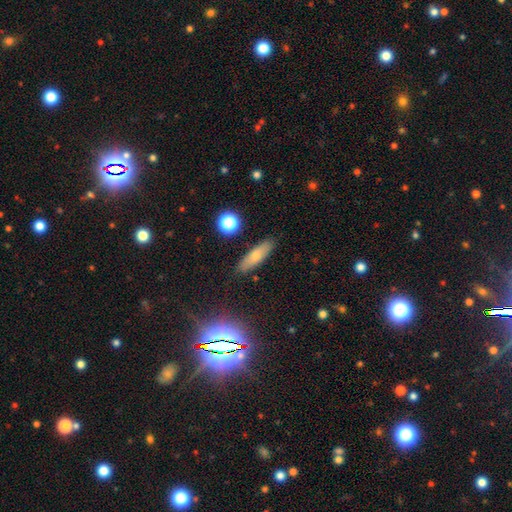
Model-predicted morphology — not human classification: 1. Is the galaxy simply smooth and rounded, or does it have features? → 63% smooth, 25% featured or disk, 12% star or artifact.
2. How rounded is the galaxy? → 54% cigar-shaped, 42% in between, 4% round.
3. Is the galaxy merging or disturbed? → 88% none, 8% minor disturbance, 2% major disturbance, 2% merger.